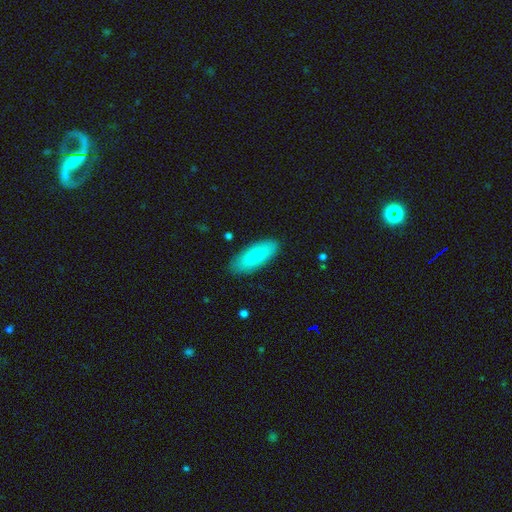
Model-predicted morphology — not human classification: Smooth or featured: smooth — 82% (featured or disk — 12%)
How rounded: in between — 73% (cigar-shaped — 26%)
Merging: none — 87% (minor disturbance — 10%)